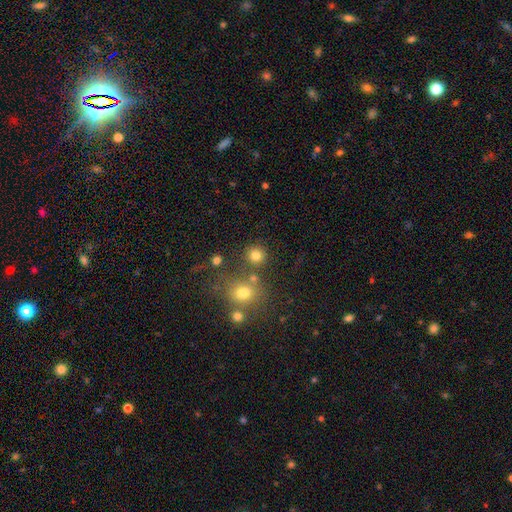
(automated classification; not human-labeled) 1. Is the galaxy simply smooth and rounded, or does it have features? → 78% smooth, 15% star or artifact, 6% featured or disk.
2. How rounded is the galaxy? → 92% round, 7% in between, 1% cigar-shaped.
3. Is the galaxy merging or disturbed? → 78% none, 11% merger, 7% minor disturbance, 4% major disturbance.